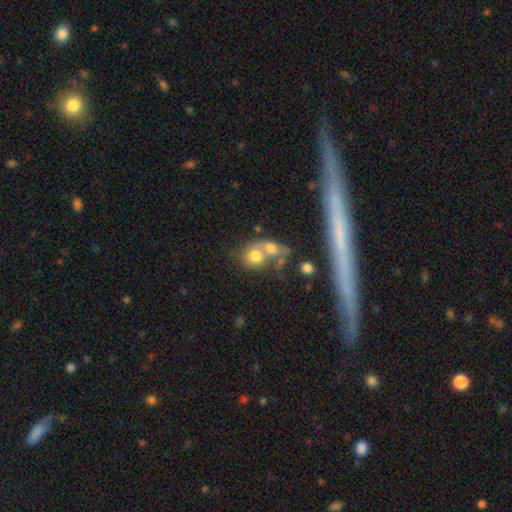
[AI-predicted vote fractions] Smooth or featured? Predicted: smooth (p=0.69). How rounded? Predicted: round (p=0.66). Merging? Predicted: merger (p=0.62).